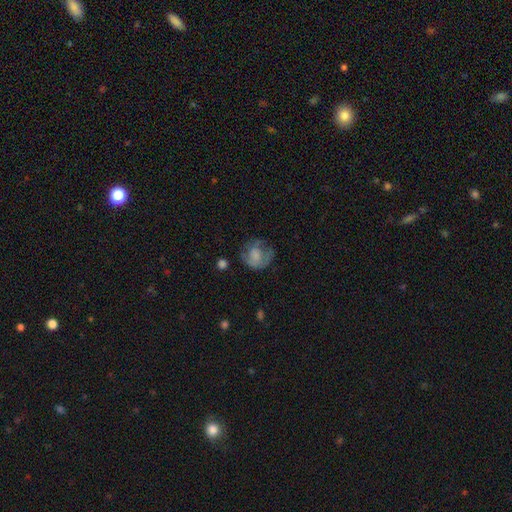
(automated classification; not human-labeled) Smooth or featured: smooth — 56% (featured or disk — 36%)
How rounded: round — 76% (in between — 23%)
Merging: none — 49% (minor disturbance — 25%)